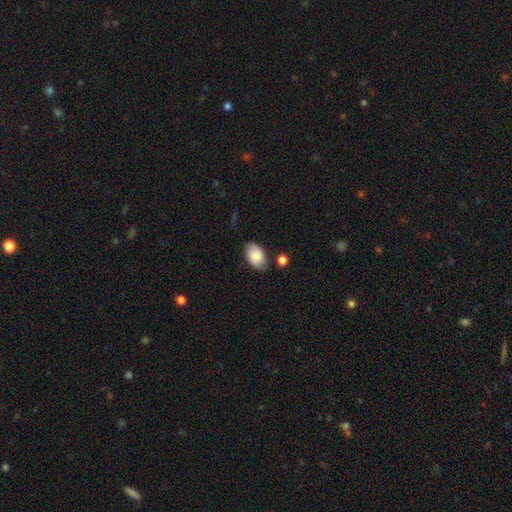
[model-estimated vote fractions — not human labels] A smooth galaxy with no disk features (79%) that is in between round and cigar-shaped (90%).

Vote fractions:
- Smooth or featured? smooth: 79% / featured or disk: 14% / star or artifact: 7%
- How rounded? in between: 90% / round: 8% / cigar-shaped: 1%
- Merging? none: 73% / minor disturbance: 18% / merger: 4% / major disturbance: 4%